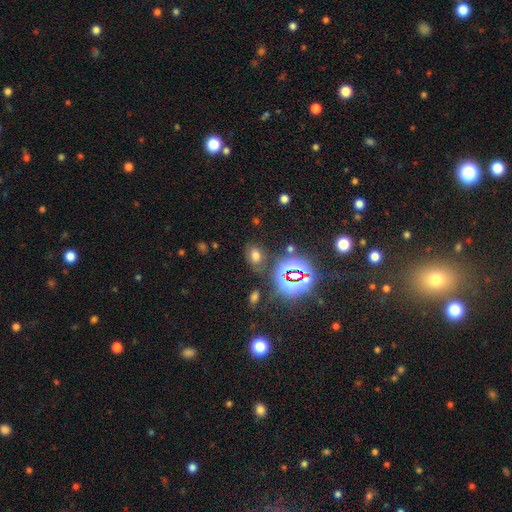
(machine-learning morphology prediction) Smooth or featured? smooth (57%)
How rounded? in between (77%)
Merging? none (74%)